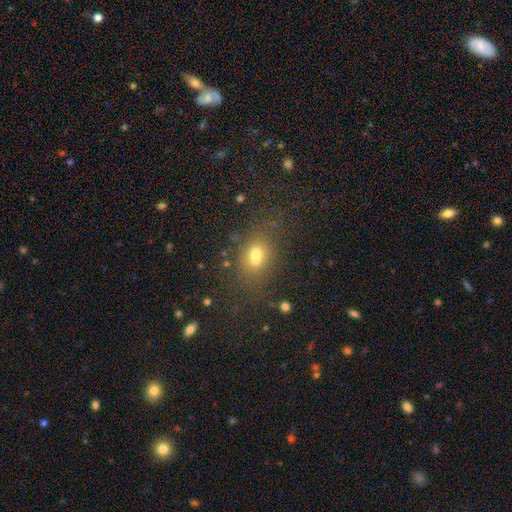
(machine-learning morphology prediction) Smooth or featured?
  - smooth: 60% *
  - featured or disk: 20%
  - star or artifact: 20%
How rounded?
  - round: 51% *
  - in between: 47%
  - cigar-shaped: 2%
Merging?
  - merger: 44% *
  - none: 40%
  - minor disturbance: 10%
  - major disturbance: 6%